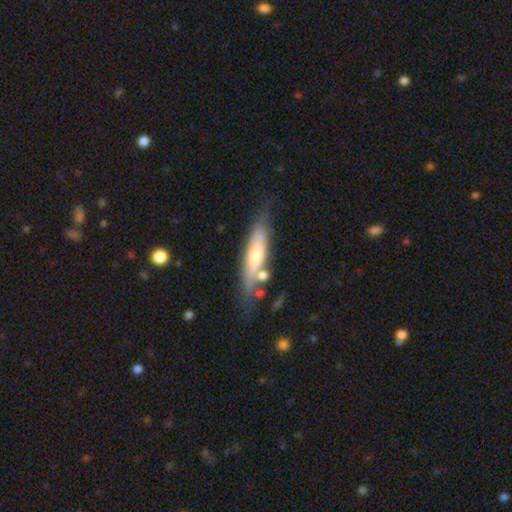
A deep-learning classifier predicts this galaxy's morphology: type=smooth (48%); merging=none (63%).